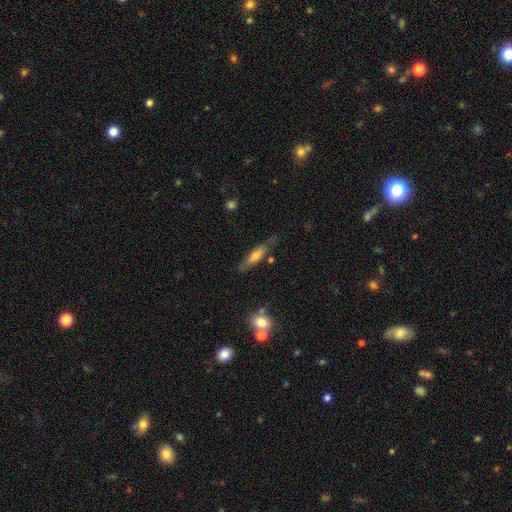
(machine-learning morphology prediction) Q: Smooth or featured?
A: smooth (56%); runner-up: featured or disk (37%)
Q: How rounded?
A: cigar-shaped (70%); runner-up: in between (28%)
Q: Merging?
A: none (71%); runner-up: minor disturbance (20%)